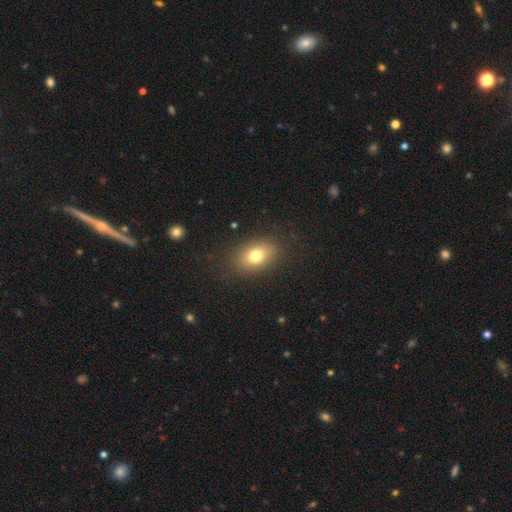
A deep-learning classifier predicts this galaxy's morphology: smooth-or-featured: smooth: 77% | featured or disk: 13% | star or artifact: 11%
  how-rounded: in between: 78% | round: 20% | cigar-shaped: 2%
  merging: none: 85% | minor disturbance: 10% | major disturbance: 4% | merger: 1%